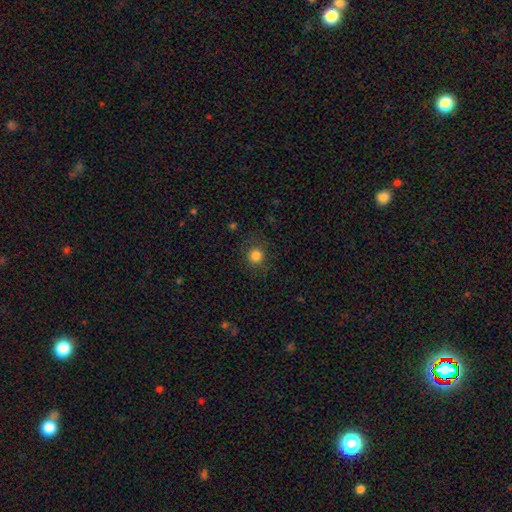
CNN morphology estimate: type=smooth (83%); roundness=round (92%); merging=none (86%).